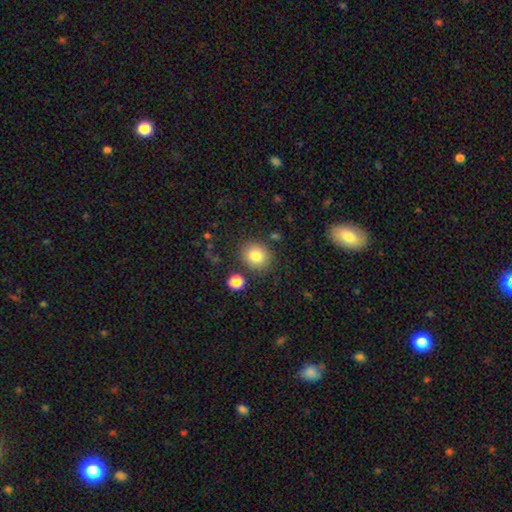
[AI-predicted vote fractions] Morphology: type=smooth (81%); roundness=round (84%); merging=none (84%).